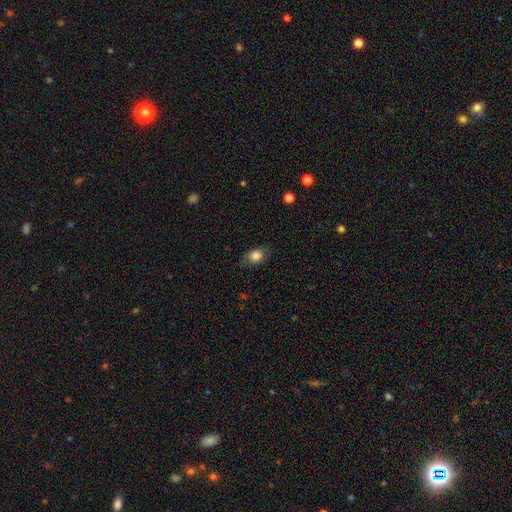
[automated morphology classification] The model was most divided on "how rounded": in between: 67%, round: 31%, cigar-shaped: 2%. More confident: smooth or featured — smooth (83%); merging — none (78%).